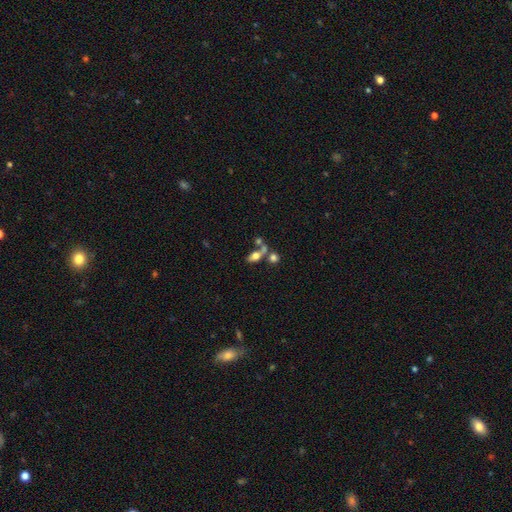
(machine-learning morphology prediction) Overall: smooth (65%). How rounded: in between (77%). Merging: merger (43%; none 38%).